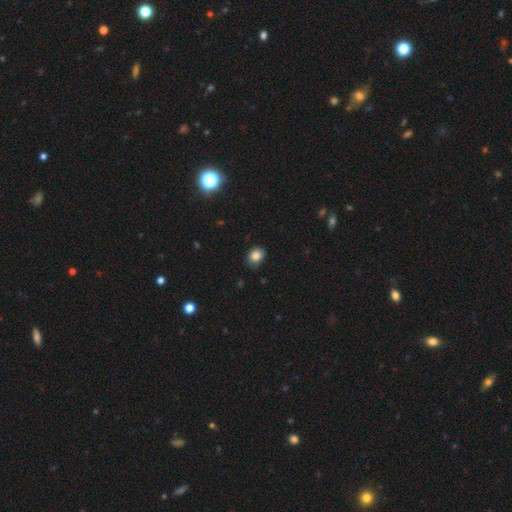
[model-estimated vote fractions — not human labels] This is clearly a smooth galaxy (84%). How rounded: likely round (63%). Merging: likely none (79%).